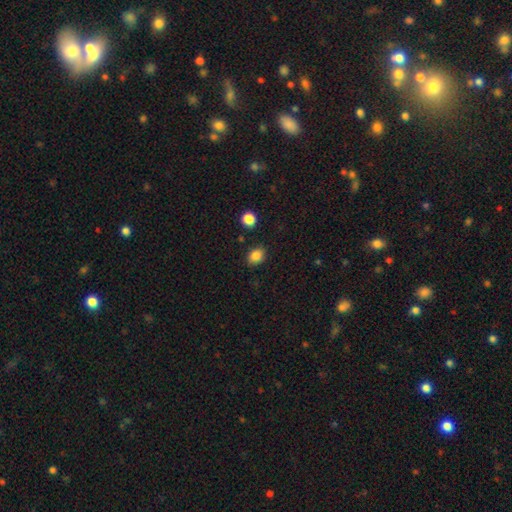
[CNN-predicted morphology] Q: Smooth or featured?
A: smooth (85%); runner-up: star or artifact (10%)
Q: How rounded?
A: in between (54%); runner-up: round (45%)
Q: Merging?
A: none (85%); runner-up: minor disturbance (10%)